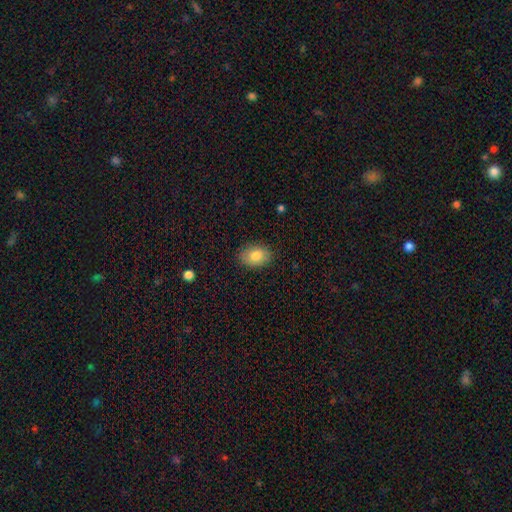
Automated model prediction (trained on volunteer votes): smooth 82%, featured or disk 10%, star or artifact 7%. Down the decision tree: how rounded — in between (78%); merging — none (85%).